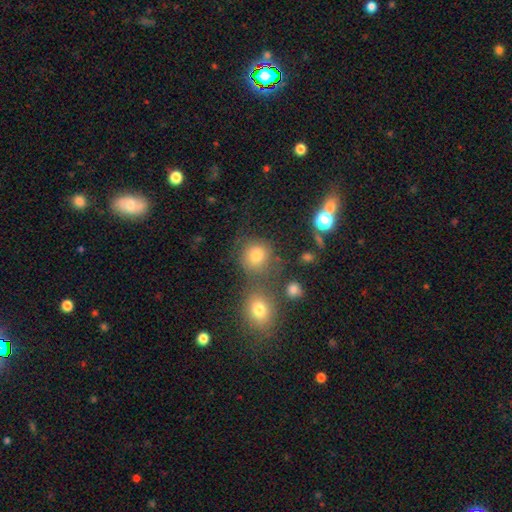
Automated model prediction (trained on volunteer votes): Morphology: type=smooth (76%); roundness=round (82%); merging=none (63%).